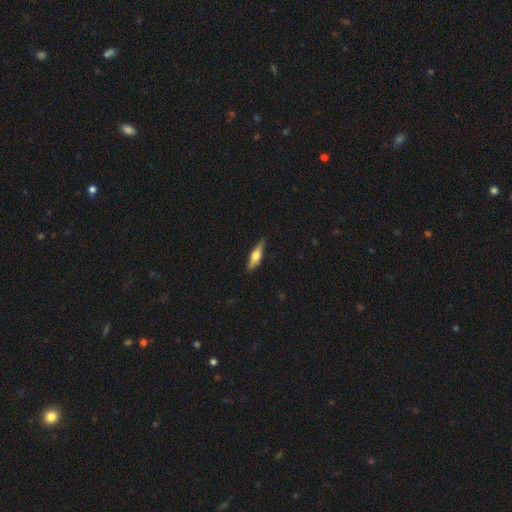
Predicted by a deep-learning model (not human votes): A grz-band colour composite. It shows a featured or disk galaxy (54%) viewed edge-on (94%) with a rounded central bulge (92%). Merging: none (86%).